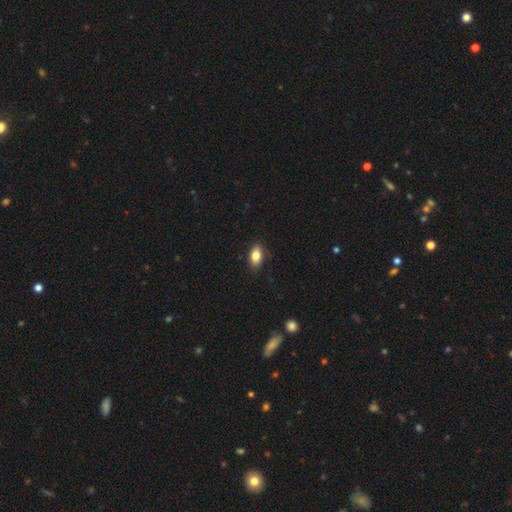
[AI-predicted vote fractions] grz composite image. It shows a smooth galaxy with no disk features (84%) that is in between round and cigar-shaped (89%). Merging: none (85%).